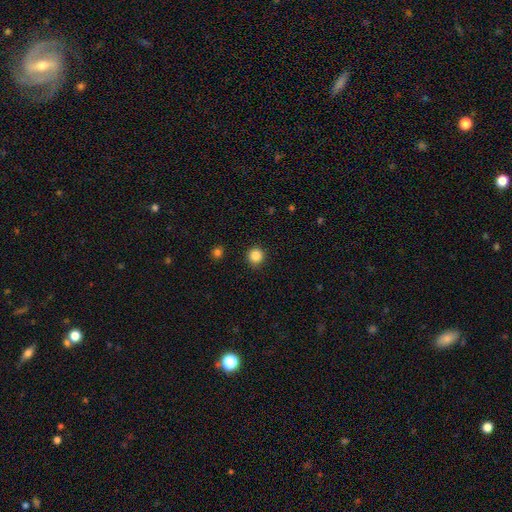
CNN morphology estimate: Smooth or featured? Predicted: smooth (p=0.86). How rounded? Predicted: round (p=0.93). Merging? Predicted: none (p=0.90).